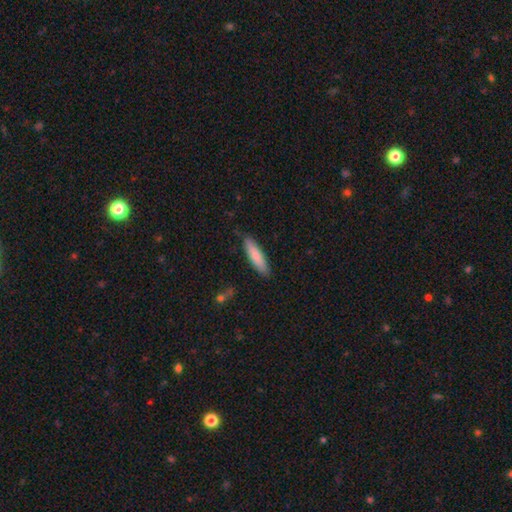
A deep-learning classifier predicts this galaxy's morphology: type=smooth (83%); roundness=cigar-shaped (70%); merging=none (85%).